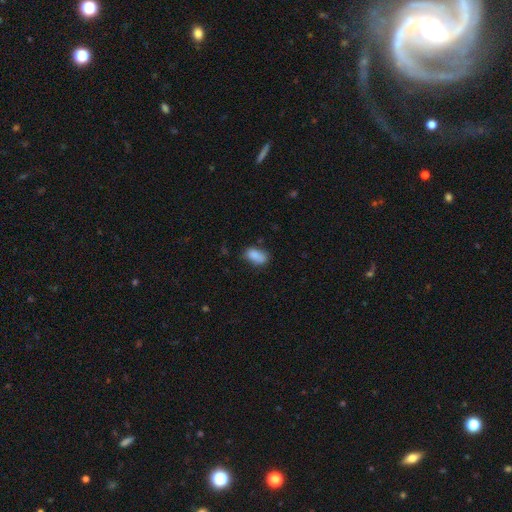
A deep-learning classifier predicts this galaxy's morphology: Smooth or featured?
  - smooth: 86% *
  - star or artifact: 8%
  - featured or disk: 5%
How rounded?
  - in between: 90% *
  - round: 6%
  - cigar-shaped: 3%
Merging?
  - none: 67% *
  - minor disturbance: 25%
  - major disturbance: 6%
  - merger: 3%